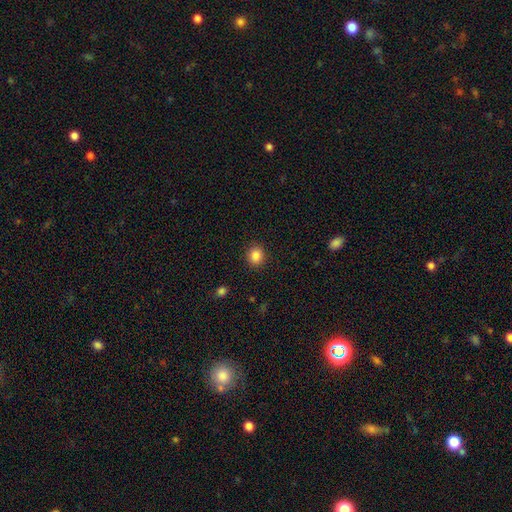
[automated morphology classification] A smooth galaxy with no disk features (86%) that is round (81%). Merging: none (90%).